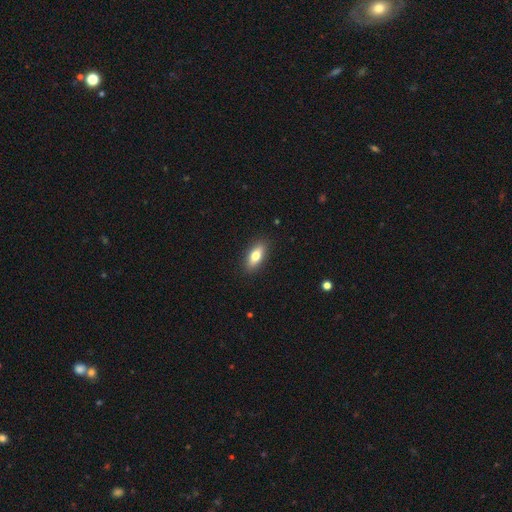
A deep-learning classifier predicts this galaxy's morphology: Smooth or featured: smooth — 75% (featured or disk — 18%)
How rounded: in between — 79% (cigar-shaped — 17%)
Merging: none — 89% (minor disturbance — 8%)